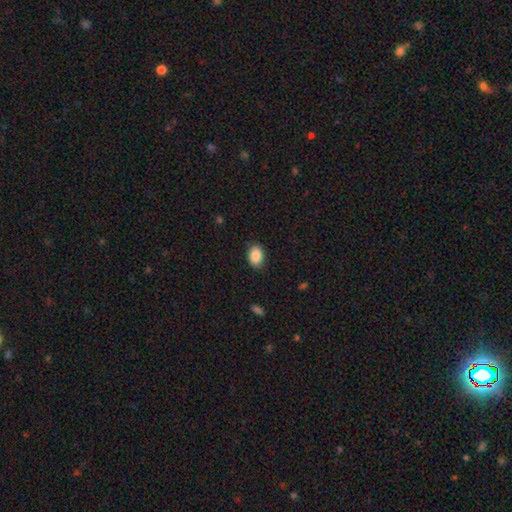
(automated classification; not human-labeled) A smooth galaxy with no disk features (89%) that is in between round and cigar-shaped (81%).

Vote fractions:
- Smooth or featured? smooth: 89% / star or artifact: 7% / featured or disk: 4%
- How rounded? in between: 81% / round: 18% / cigar-shaped: 1%
- Merging? none: 86% / minor disturbance: 10% / major disturbance: 3% / merger: 1%